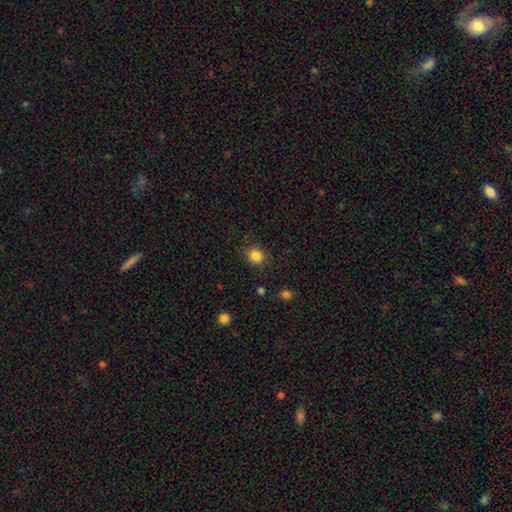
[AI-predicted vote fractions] This is clearly a smooth galaxy (85%). How rounded: likely round (78%). Merging: clearly none (86%).